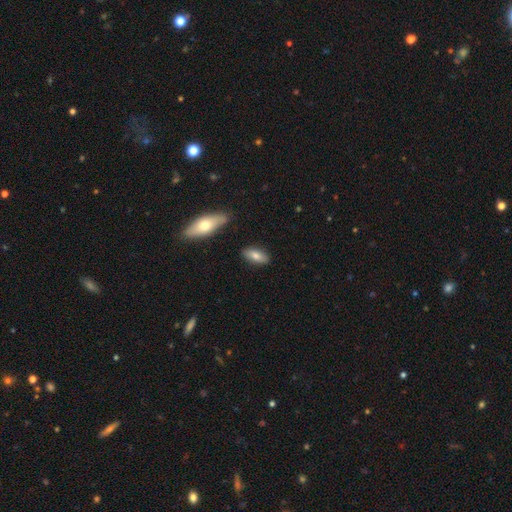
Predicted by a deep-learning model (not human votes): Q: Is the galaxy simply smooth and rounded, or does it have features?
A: smooth — 76%.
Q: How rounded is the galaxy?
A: in between — 81%.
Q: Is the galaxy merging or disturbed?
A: none — 84%.